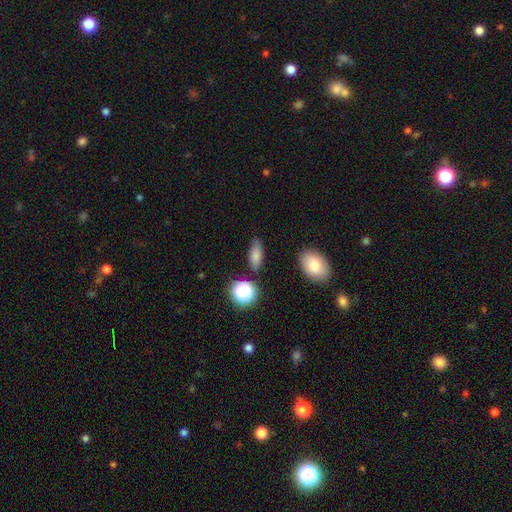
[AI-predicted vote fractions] smooth-or-featured: smooth: 79% | star or artifact: 12% | featured or disk: 9%
  how-rounded: in between: 78% | cigar-shaped: 13% | round: 9%
  merging: none: 80% | minor disturbance: 13% | major disturbance: 4% | merger: 3%